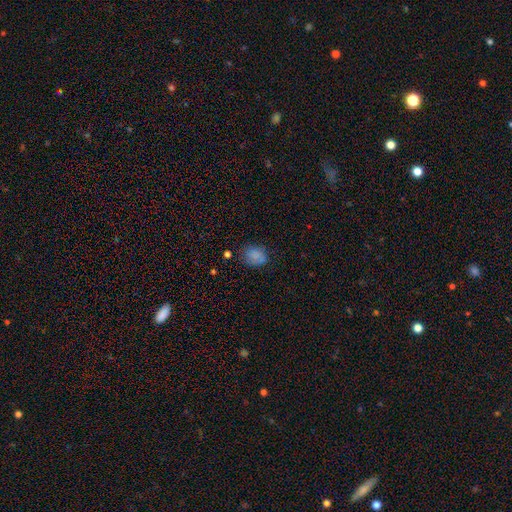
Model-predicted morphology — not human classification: Smooth or featured? Predicted: smooth (p=0.81). How rounded? Predicted: in between (p=0.53). Merging? Predicted: none (p=0.71).